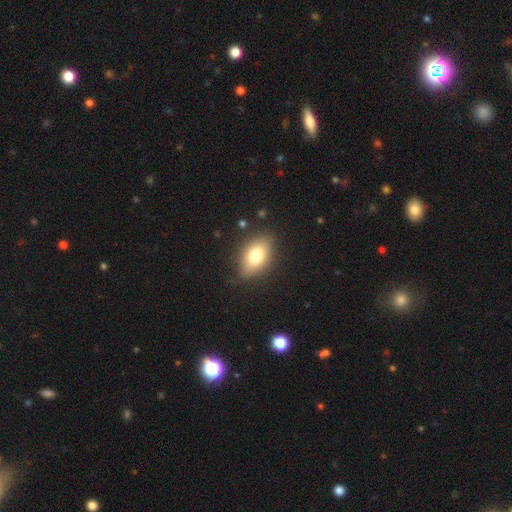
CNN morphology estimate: The model was most divided on "smooth or featured": smooth: 76%, featured or disk: 15%, star or artifact: 8%. More confident: how rounded — in between (87%); merging — none (80%).